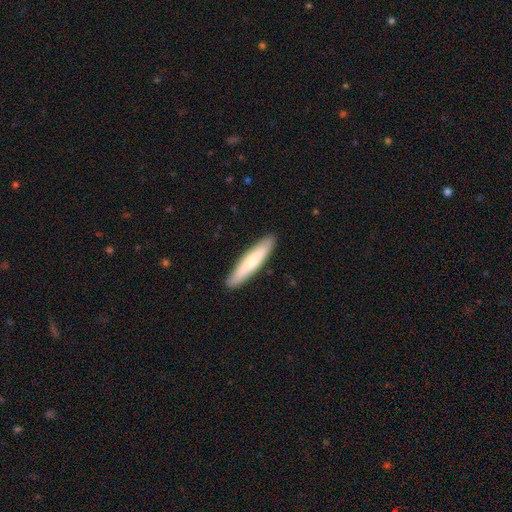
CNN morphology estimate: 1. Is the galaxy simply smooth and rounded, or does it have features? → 68% smooth, 27% featured or disk, 5% star or artifact.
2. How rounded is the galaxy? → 87% cigar-shaped, 12% in between, 1% round.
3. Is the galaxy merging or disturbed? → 90% none, 8% minor disturbance, 2% major disturbance, 1% merger.